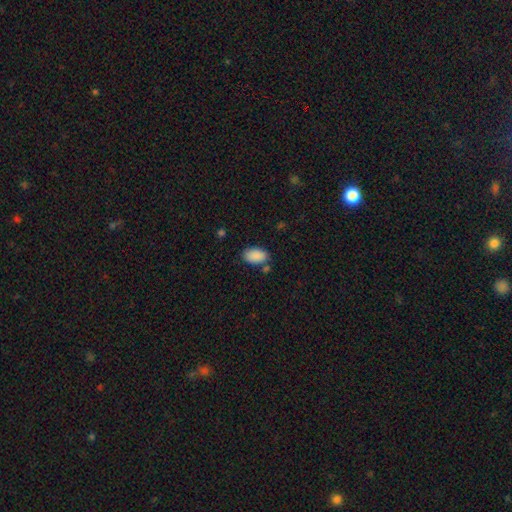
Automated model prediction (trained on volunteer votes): A smooth galaxy with no disk features (90%) that is in between round and cigar-shaped (93%).

Vote fractions:
- Smooth or featured? smooth: 90% / star or artifact: 7% / featured or disk: 3%
- How rounded? in between: 93% / round: 5% / cigar-shaped: 1%
- Merging? none: 76% / minor disturbance: 14% / merger: 7% / major disturbance: 4%